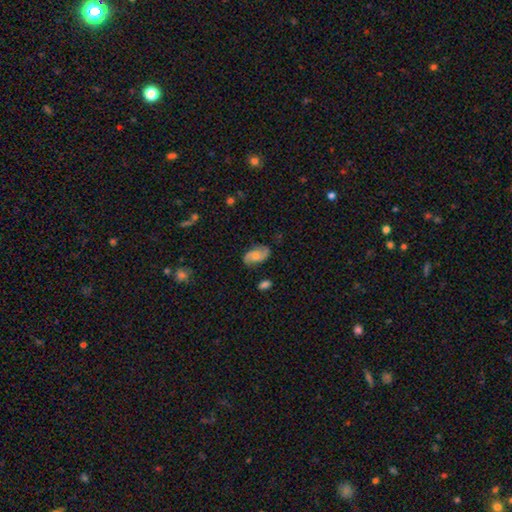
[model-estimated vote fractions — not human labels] Smooth or featured?
  - featured or disk: 53% *
  - smooth: 40%
  - star or artifact: 7%
Edge-on disk?
  - no: 95% *
  - yes: 5%
Bar?
  - no: 67% *
  - weak: 27%
  - strong: 5%
Spiral arms?
  - yes: 88% *
  - no: 12%
Bulge size?
  - moderate: 43% * (tied)
  - small: 43% * (tied)
  - none: 8%
  - large: 4%
  - dominant: 1%
Merging?
  - none: 75% *
  - minor disturbance: 18%
  - major disturbance: 5%
  - merger: 2%